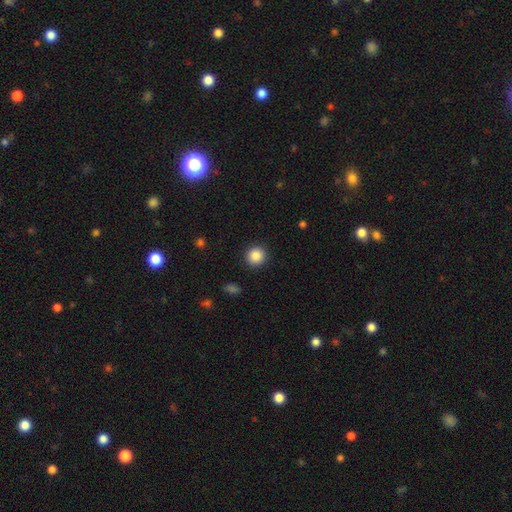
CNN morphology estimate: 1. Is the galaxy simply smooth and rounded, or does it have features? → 87% smooth, 9% star or artifact, 4% featured or disk.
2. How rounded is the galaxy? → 92% round, 7% in between, 1% cigar-shaped.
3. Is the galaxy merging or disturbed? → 91% none, 5% minor disturbance, 2% major disturbance, 1% merger.